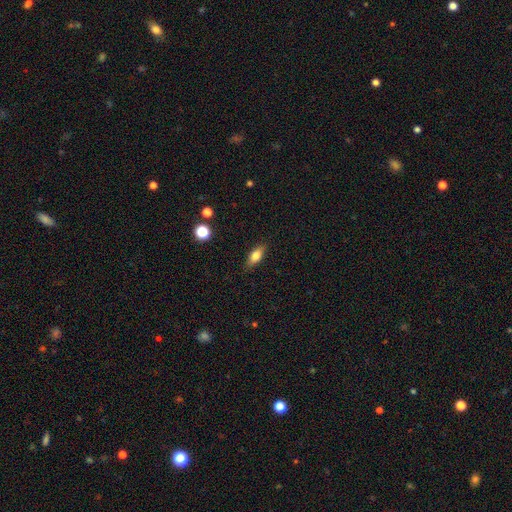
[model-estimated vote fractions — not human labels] Smooth or featured?
  - smooth: 76% *
  - featured or disk: 16%
  - star or artifact: 8%
How rounded?
  - in between: 77% *
  - cigar-shaped: 18%
  - round: 5%
Merging?
  - none: 85% *
  - minor disturbance: 11%
  - major disturbance: 2%
  - merger: 1%